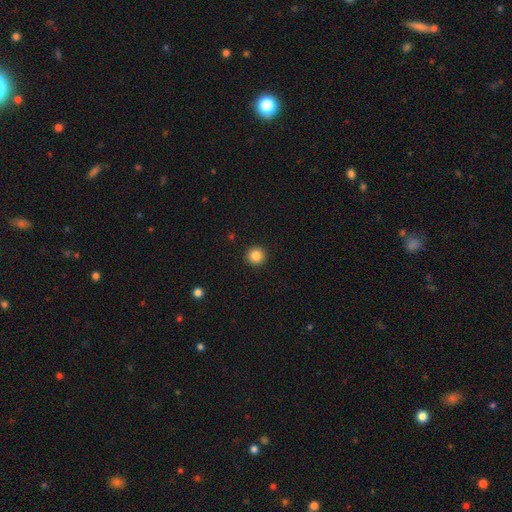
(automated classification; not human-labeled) Smooth or featured?
  - smooth: 85% *
  - star or artifact: 10%
  - featured or disk: 5%
How rounded?
  - round: 96% *
  - in between: 3%
  - cigar-shaped: 1%
Merging?
  - none: 93% *
  - minor disturbance: 4%
  - major disturbance: 2%
  - merger: 1%